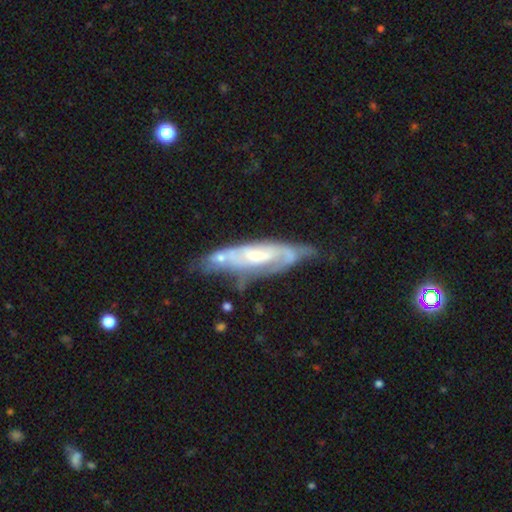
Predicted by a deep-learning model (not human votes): smooth_or_featured: featured or disk (p=0.76) [alt: smooth p=0.18]
disk_edge_on: no (p=0.76) [alt: yes p=0.24]
bar: no (p=0.52) [alt: weak p=0.36]
has_spiral_arms: yes (p=0.83) [alt: no p=0.17]
bulge_size: small (p=0.46) [alt: moderate p=0.43]
merging: none (p=0.45) [alt: minor disturbance p=0.28]